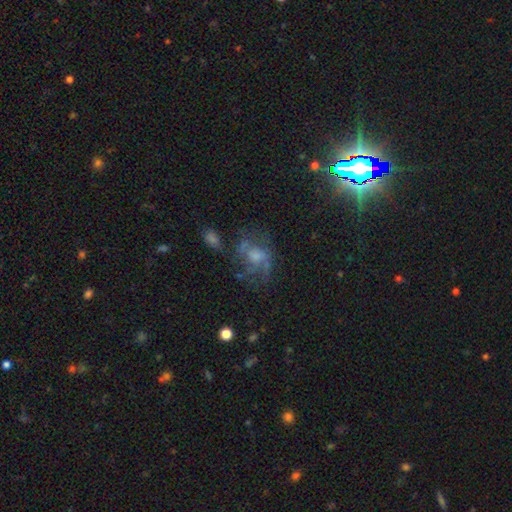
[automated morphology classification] Smooth or featured: featured or disk — 54% (smooth — 29%)
Edge-on disk: no — 97% (yes — 3%)
Bar: no — 72% (weak — 24%)
Spiral arms: yes — 60% (no — 40%)
Bulge size: moderate — 38% (none — 23%)
Merging: none — 43% (major disturbance — 31%)